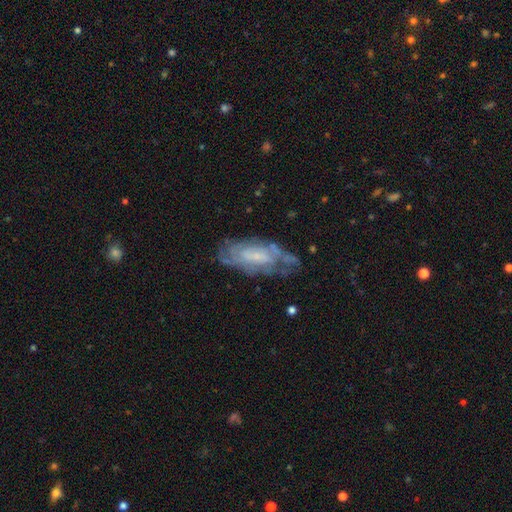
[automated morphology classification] Smooth or featured?
  - featured or disk: 67% *
  - smooth: 24%
  - star or artifact: 9%
Edge-on disk?
  - no: 88% *
  - yes: 12%
Bar?
  - no: 59% *
  - weak: 33%
  - strong: 9%
Spiral arms?
  - yes: 69% *
  - no: 31%
Bulge size?
  - small: 42% *
  - none: 26%
  - moderate: 25%
  - large: 5%
  - dominant: 1%
Merging?
  - none: 59% *
  - minor disturbance: 25%
  - major disturbance: 13%
  - merger: 3%